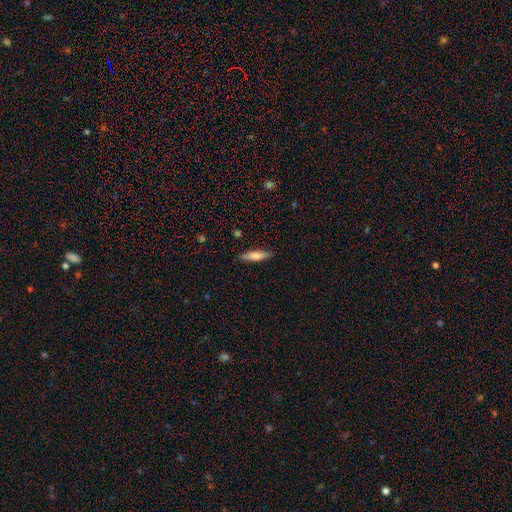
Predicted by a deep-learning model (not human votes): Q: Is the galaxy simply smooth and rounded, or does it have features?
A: smooth — 62%.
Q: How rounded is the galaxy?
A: cigar-shaped — 78%.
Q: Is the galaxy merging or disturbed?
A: none — 88%.